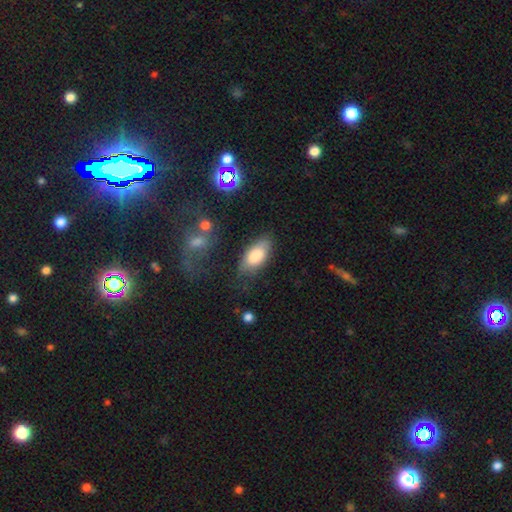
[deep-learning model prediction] Smooth or featured: smooth — 80% (featured or disk — 14%)
How rounded: in between — 90% (cigar-shaped — 8%)
Merging: none — 71% (minor disturbance — 20%)